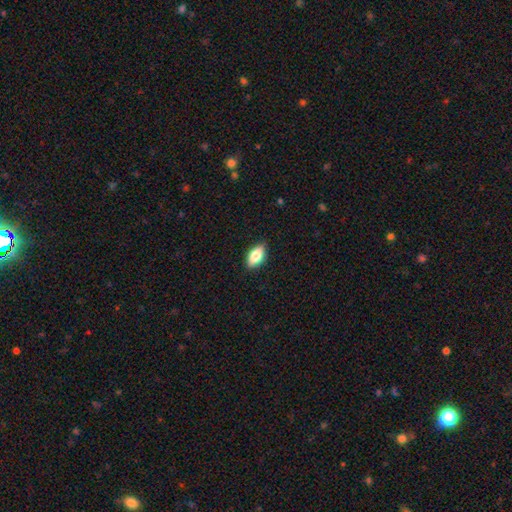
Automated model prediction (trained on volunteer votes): This is likely a smooth galaxy (78%). How rounded: clearly in between (90%). Merging: clearly none (86%).